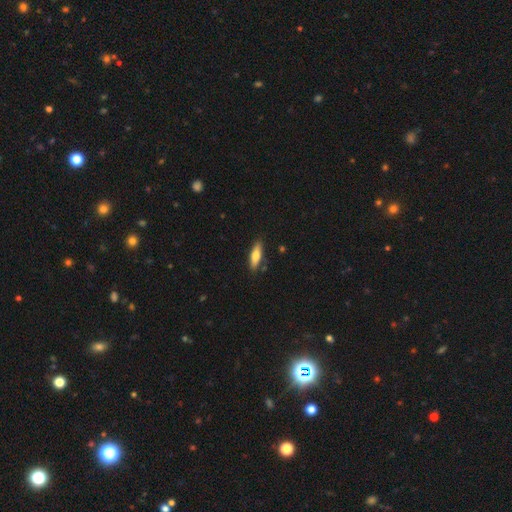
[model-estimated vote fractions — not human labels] smooth-or-featured: smooth: 66% | featured or disk: 28% | star or artifact: 6%
  how-rounded: cigar-shaped: 53% | in between: 44% | round: 2%
  merging: none: 82% | minor disturbance: 13% | merger: 3% | major disturbance: 2%